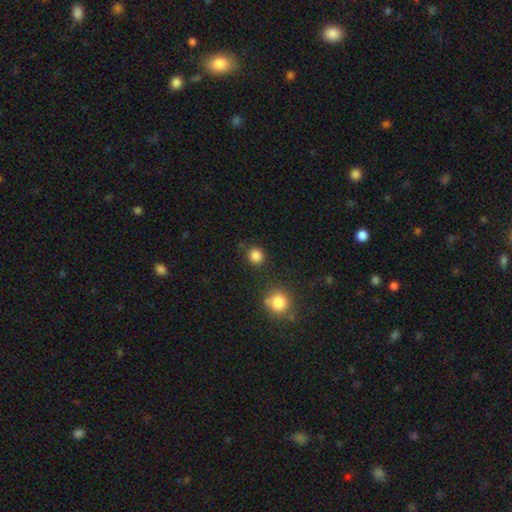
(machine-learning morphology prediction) smooth 85%, star or artifact 12%, featured or disk 3%. Down the decision tree: how rounded — round (92%); merging — none (86%).